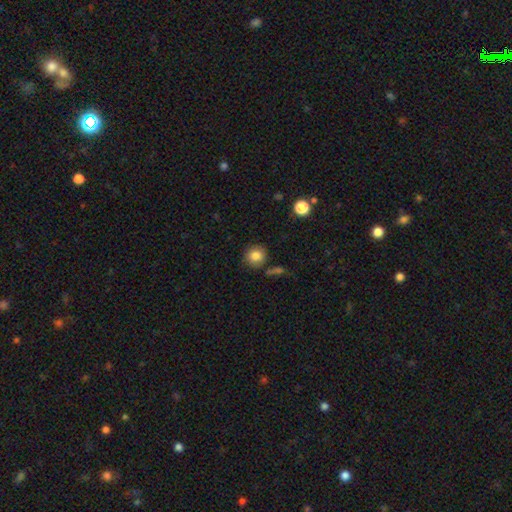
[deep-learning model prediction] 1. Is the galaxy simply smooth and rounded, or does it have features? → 83% smooth, 10% star or artifact, 7% featured or disk.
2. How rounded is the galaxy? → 90% round, 9% in between, 1% cigar-shaped.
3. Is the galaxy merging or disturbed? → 82% none, 10% minor disturbance, 5% merger, 3% major disturbance.